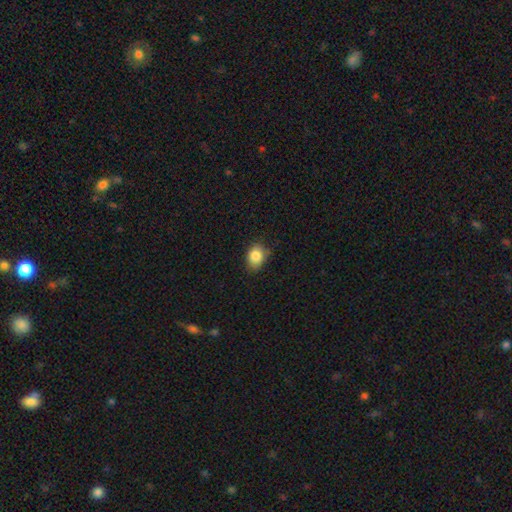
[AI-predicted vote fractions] This appears to be a smooth galaxy with no disk features (85%) that is in between round and cigar-shaped (59%). Merging: none (74%).